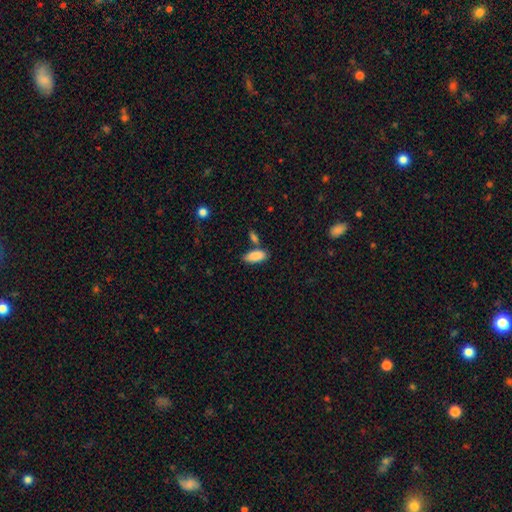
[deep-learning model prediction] Q: Smooth or featured?
A: smooth (89%); runner-up: star or artifact (7%)
Q: How rounded?
A: in between (85%); runner-up: cigar-shaped (13%)
Q: Merging?
A: none (68%); runner-up: merger (15%)